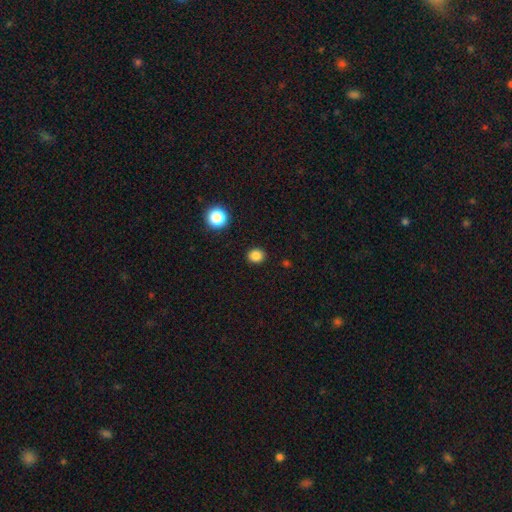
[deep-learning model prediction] Smooth or featured? Predicted: smooth (p=0.84). How rounded? Predicted: round (p=0.79). Merging? Predicted: none (p=0.91).